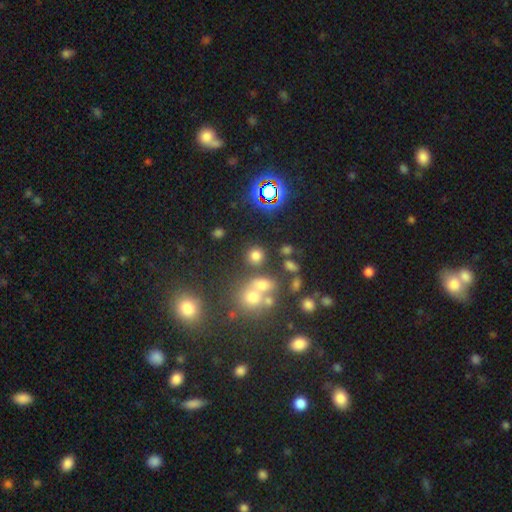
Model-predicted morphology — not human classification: smooth 70%, star or artifact 21%, featured or disk 8%. Down the decision tree: how rounded — round (85%); merging — none (71%).